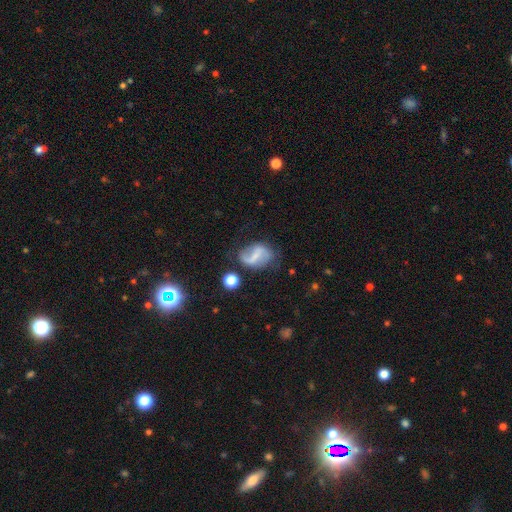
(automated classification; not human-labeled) smooth-or-featured: featured or disk: 66% | smooth: 25% | star or artifact: 9%
  disk-edge-on: no: 97% | yes: 3%
    bar: weak: 42% | strong: 35% | no: 23%
    has-spiral-arms: yes: 85% | no: 15%
      spiral-winding: loose: 64% | medium: 27% | tight: 9%
      spiral-arm-count: 2: 81% | 1: 9% | can't tell: 7% | 3: 1% | 4: 1% | more than 4: 1%
    bulge-size: small: 43% | none: 36% | moderate: 17% | large: 2% | dominant: 1%
  merging: none: 58% | minor disturbance: 23% | major disturbance: 14% | merger: 5%